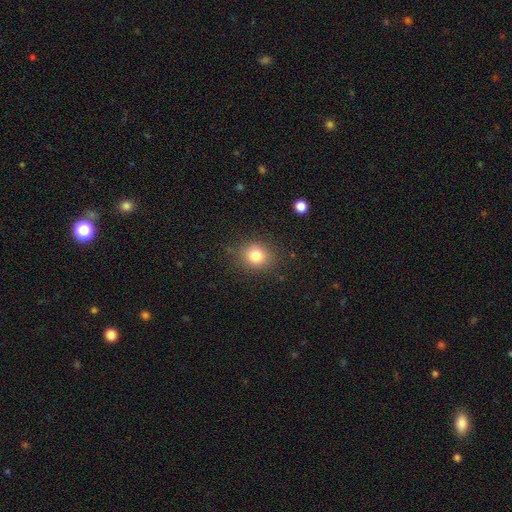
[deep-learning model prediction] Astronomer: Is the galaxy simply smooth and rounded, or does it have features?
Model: smooth — 80%.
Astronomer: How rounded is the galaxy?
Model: round — 73%.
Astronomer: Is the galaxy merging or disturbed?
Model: none — 85%.